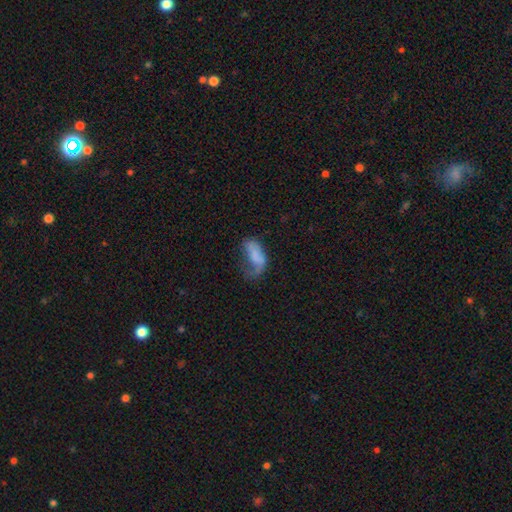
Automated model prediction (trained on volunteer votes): smooth-or-featured: smooth: 62% | featured or disk: 29% | star or artifact: 9%
  how-rounded: in between: 89% | cigar-shaped: 8% | round: 4%
  merging: major disturbance: 50% | minor disturbance: 23% | none: 22% | merger: 5%